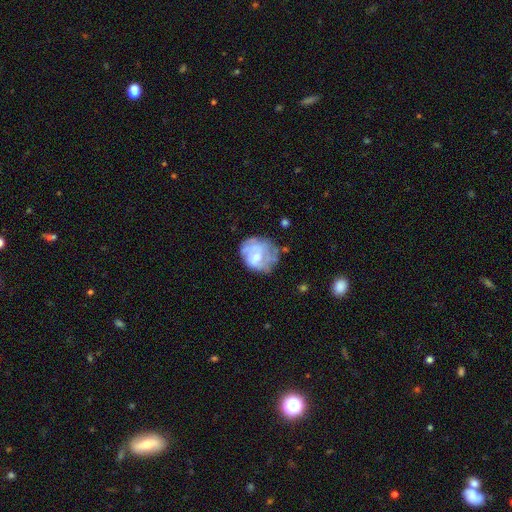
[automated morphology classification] smooth-or-featured: featured or disk: 54% | smooth: 38% | star or artifact: 8%
  disk-edge-on: no: 98% | yes: 2%
    bar: no: 59% | weak: 34% | strong: 7%
    has-spiral-arms: no: 60% | yes: 40%
    bulge-size: small: 42% | moderate: 41% | none: 12% | large: 4% | dominant: 1%
  merging: none: 53% | minor disturbance: 25% | major disturbance: 18% | merger: 4%